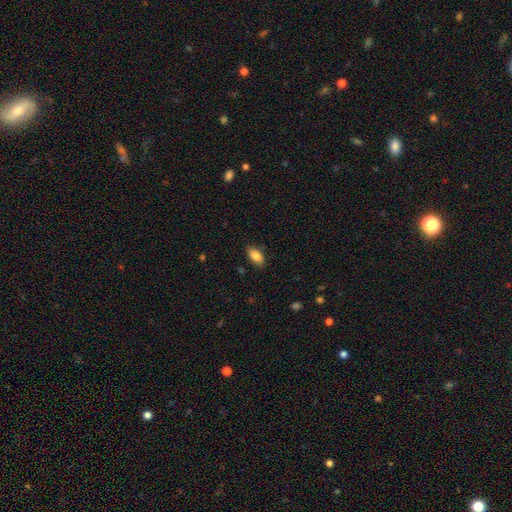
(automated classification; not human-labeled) smooth-or-featured: smooth: 85% | featured or disk: 8% | star or artifact: 7%
  how-rounded: in between: 91% | cigar-shaped: 6% | round: 3%
  merging: none: 85% | minor disturbance: 11% | major disturbance: 2% | merger: 1%